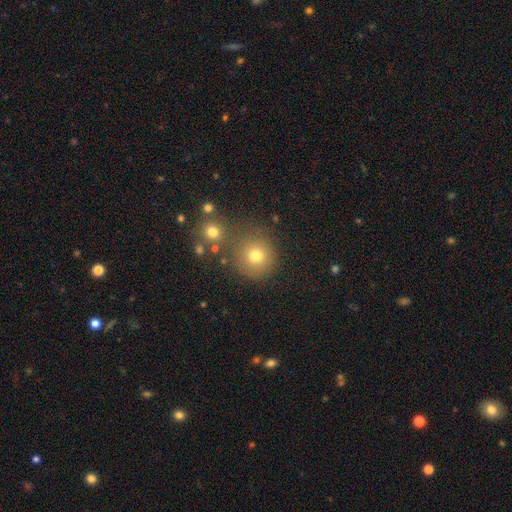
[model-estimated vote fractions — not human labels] smooth-or-featured: smooth: 75% | star or artifact: 16% | featured or disk: 9%
  how-rounded: round: 93% | in between: 6% | cigar-shaped: 1%
  merging: none: 72% | merger: 15% | minor disturbance: 9% | major disturbance: 4%